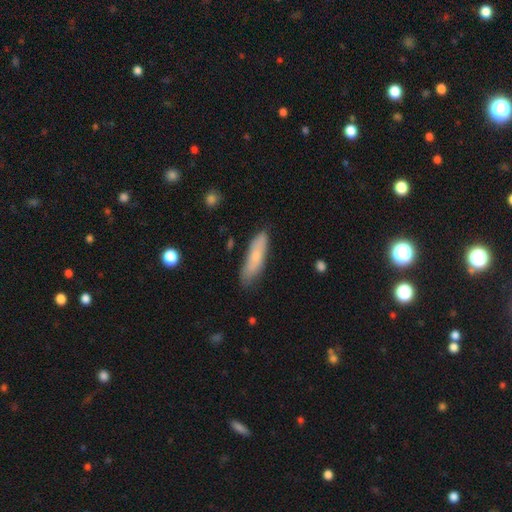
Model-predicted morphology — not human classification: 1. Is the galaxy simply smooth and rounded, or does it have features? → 69% smooth, 24% featured or disk, 7% star or artifact.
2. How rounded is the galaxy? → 70% cigar-shaped, 28% in between, 2% round.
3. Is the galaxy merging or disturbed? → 82% none, 14% minor disturbance, 3% major disturbance, 2% merger.